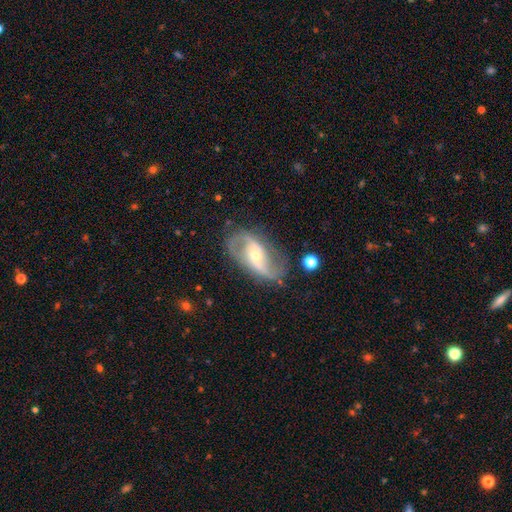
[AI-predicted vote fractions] smooth_or_featured: featured or disk (p=0.85) [alt: smooth p=0.09]
disk_edge_on: no (p=0.95) [alt: yes p=0.05]
bar: no (p=0.41) [alt: weak p=0.36]
has_spiral_arms: yes (p=0.92) [alt: no p=0.08]
spiral_winding: loose (p=0.51) [alt: medium p=0.38]
spiral_arm_count: 2 (p=0.90) [alt: can't tell p=0.04]
bulge_size: small (p=0.56) [alt: moderate p=0.39]
merging: none (p=0.71) [alt: minor disturbance p=0.16]